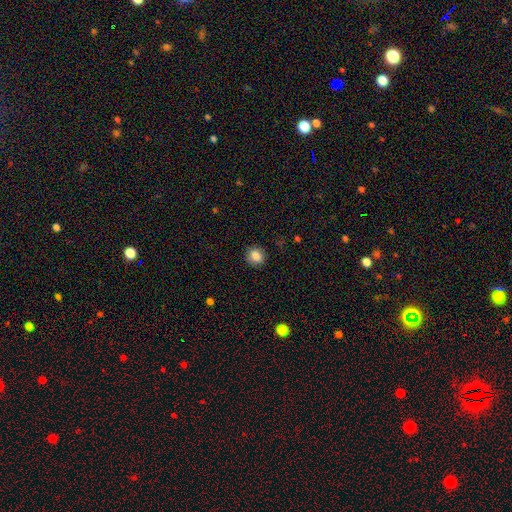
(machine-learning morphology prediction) The model was most divided on "how rounded": round: 81%, in between: 18%, cigar-shaped: 1%. More confident: merging — none (89%); smooth or featured — smooth (85%).